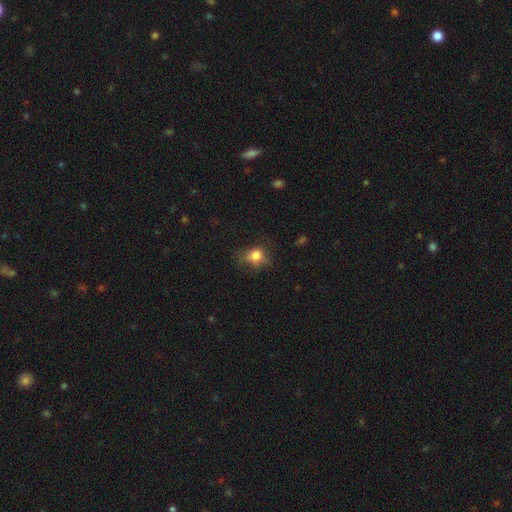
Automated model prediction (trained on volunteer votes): Smooth or featured: smooth — 79% (star or artifact — 11%)
How rounded: round — 60% (in between — 39%)
Merging: none — 56% (minor disturbance — 27%)